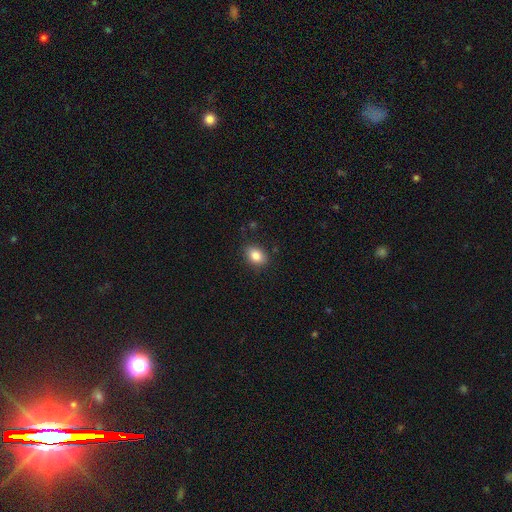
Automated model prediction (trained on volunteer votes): Smooth or featured? smooth (85%)
How rounded? in between (75%)
Merging? none (85%)